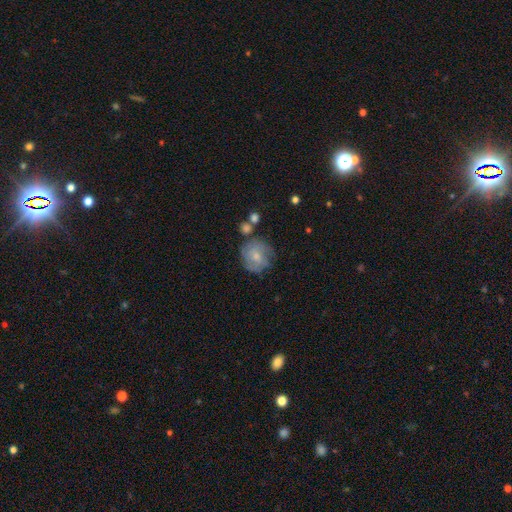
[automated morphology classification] A smooth galaxy with no disk features (51%) that is round (86%).

Vote fractions:
- Smooth or featured? smooth: 51% / featured or disk: 41% / star or artifact: 8%
- How rounded? round: 86% / in between: 13% / cigar-shaped: 1%
- Merging? none: 64% / minor disturbance: 21% / major disturbance: 8% / merger: 7%